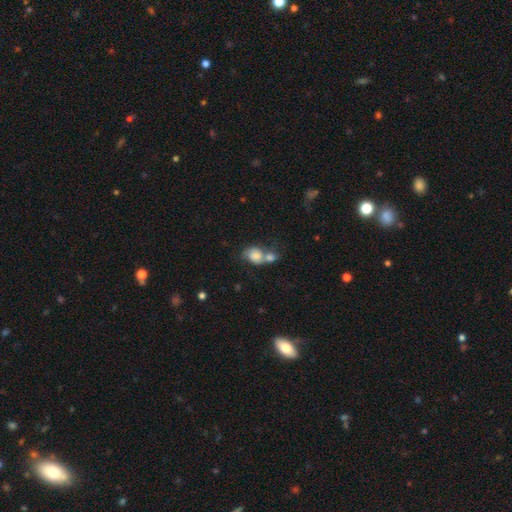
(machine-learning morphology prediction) A smooth galaxy with no disk features (74%) that is round (54%).

Vote fractions:
- Smooth or featured? smooth: 74% / featured or disk: 18% / star or artifact: 8%
- How rounded? round: 54% / in between: 45% / cigar-shaped: 1%
- Merging? merger: 63% / none: 20% / minor disturbance: 10% / major disturbance: 7%